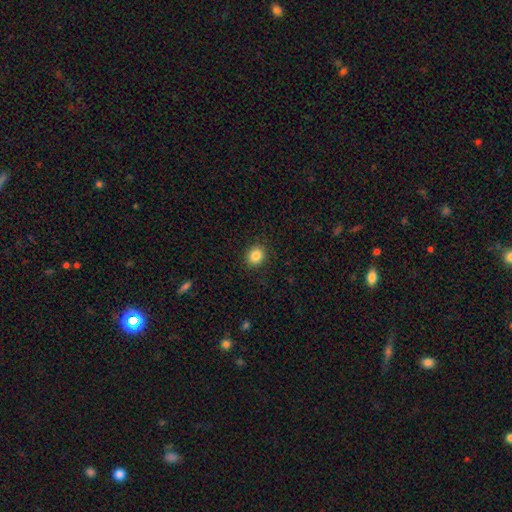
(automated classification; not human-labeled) Morphology: type=smooth (85%); roundness=round (72%); merging=none (90%).